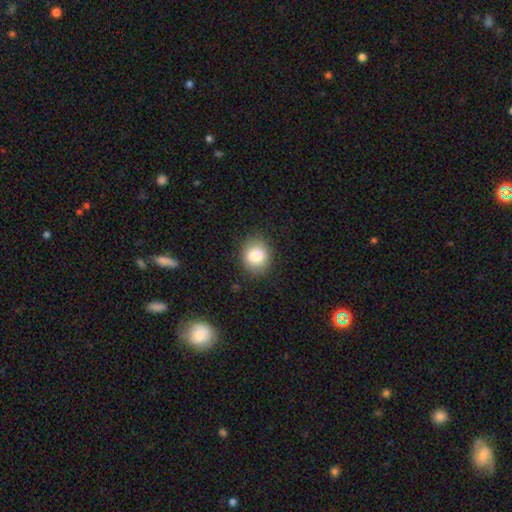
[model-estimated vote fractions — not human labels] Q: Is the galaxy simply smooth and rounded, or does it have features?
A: smooth — 83%.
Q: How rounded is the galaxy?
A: round — 61%.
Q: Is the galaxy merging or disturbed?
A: none — 85%.